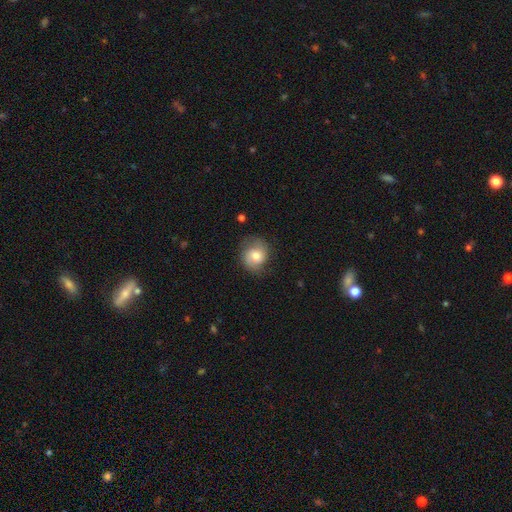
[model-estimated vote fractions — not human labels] Q: Smooth or featured?
A: smooth (59%); runner-up: featured or disk (33%)
Q: How rounded?
A: round (72%); runner-up: in between (27%)
Q: Merging?
A: none (66%); runner-up: minor disturbance (23%)